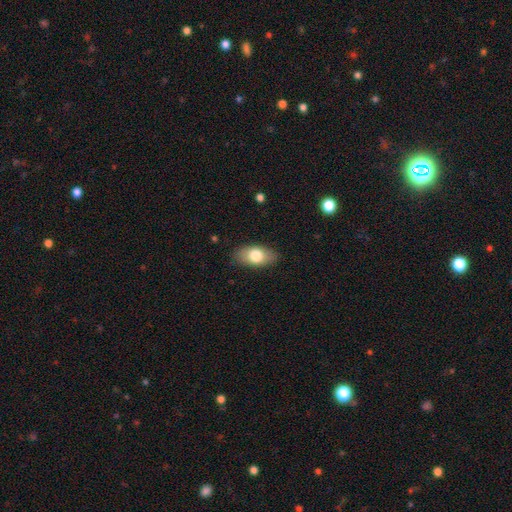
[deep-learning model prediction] This appears to be a smooth galaxy with no disk features (76%) that is in between round and cigar-shaped (91%). Merging: none (86%).